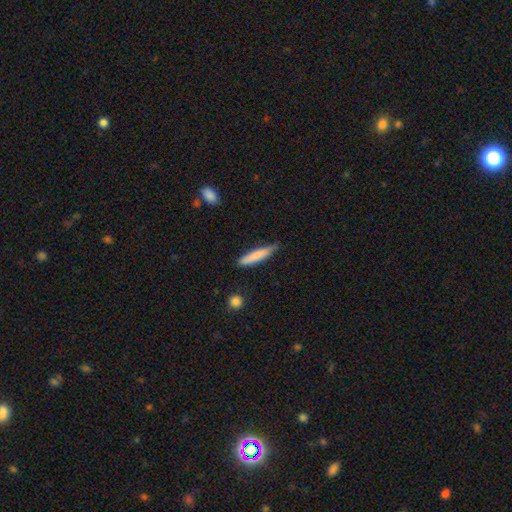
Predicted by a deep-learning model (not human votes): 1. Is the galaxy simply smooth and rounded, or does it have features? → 79% smooth, 16% featured or disk, 6% star or artifact.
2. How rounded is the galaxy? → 89% cigar-shaped, 9% in between, 1% round.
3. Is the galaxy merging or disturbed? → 73% none, 22% minor disturbance, 3% major disturbance, 2% merger.